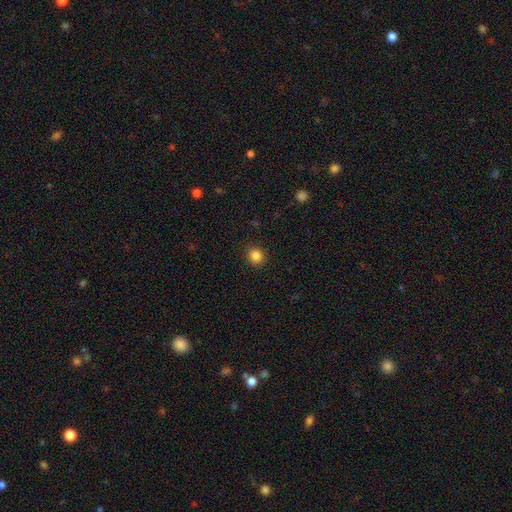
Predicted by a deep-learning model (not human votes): A smooth galaxy with no disk features (85%) that is round (88%).

Vote fractions:
- Smooth or featured? smooth: 85% / star or artifact: 11% / featured or disk: 4%
- How rounded? round: 88% / in between: 11% / cigar-shaped: 1%
- Merging? none: 91% / minor disturbance: 6% / major disturbance: 2% / merger: 1%